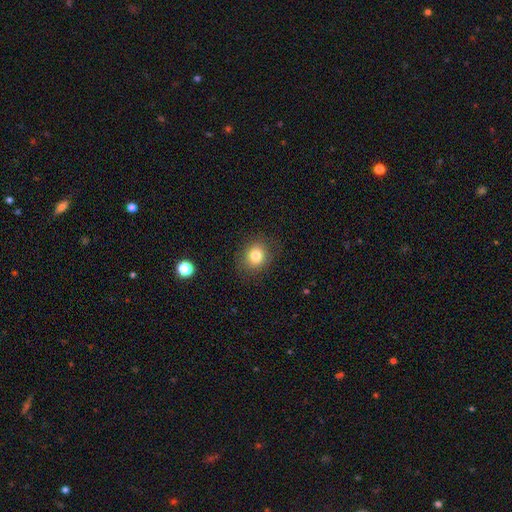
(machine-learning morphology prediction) This is clearly a smooth galaxy (81%). How rounded: likely round (75%). Merging: clearly none (86%).